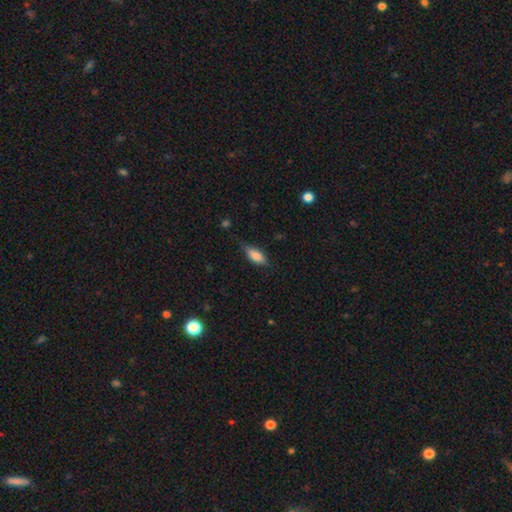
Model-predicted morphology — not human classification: Overall: smooth (81%). How rounded: in between (81%). Merging: none (72%).